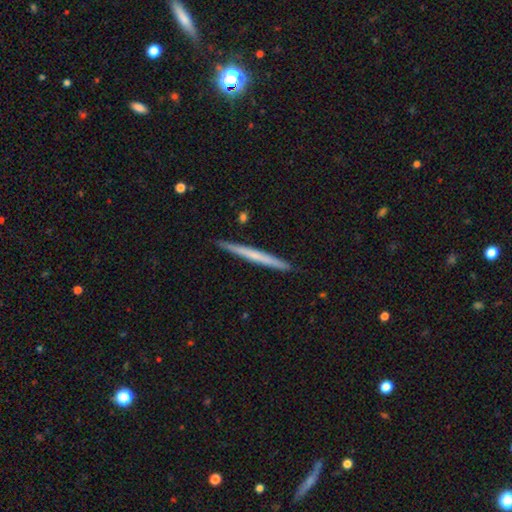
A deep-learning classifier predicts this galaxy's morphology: Q: Smooth or featured?
A: smooth (48%); runner-up: featured or disk (47%)
Q: Merging?
A: none (92%); runner-up: minor disturbance (6%)